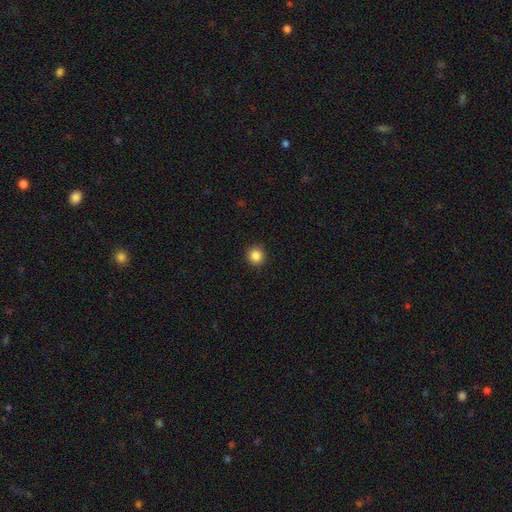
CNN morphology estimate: smooth-or-featured: smooth: 86% | star or artifact: 10% | featured or disk: 3%
  how-rounded: round: 94% | in between: 5% | cigar-shaped: 1%
  merging: none: 93% | minor disturbance: 5% | major disturbance: 2% | merger: 1%